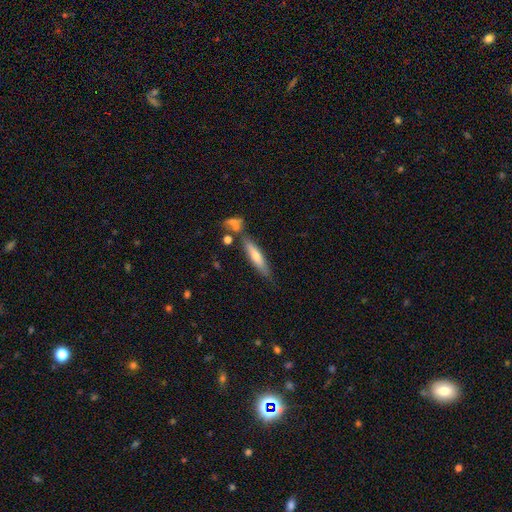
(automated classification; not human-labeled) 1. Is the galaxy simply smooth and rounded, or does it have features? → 52% smooth, 41% featured or disk, 7% star or artifact.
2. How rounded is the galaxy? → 82% cigar-shaped, 16% in between, 2% round.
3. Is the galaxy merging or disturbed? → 71% none, 14% minor disturbance, 10% merger, 4% major disturbance.